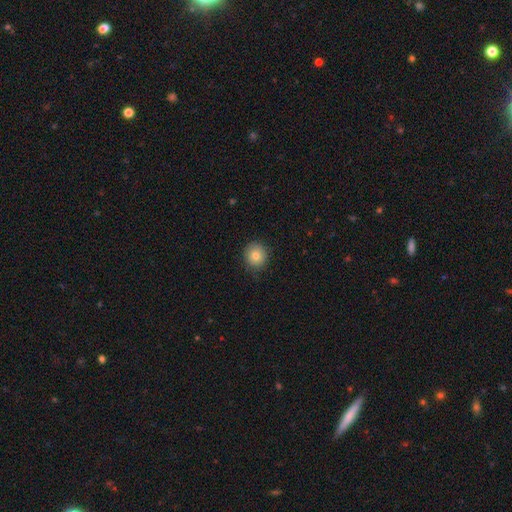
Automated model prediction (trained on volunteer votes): This appears to be a smooth galaxy with no disk features (78%) that is round (89%). Merging: none (83%).